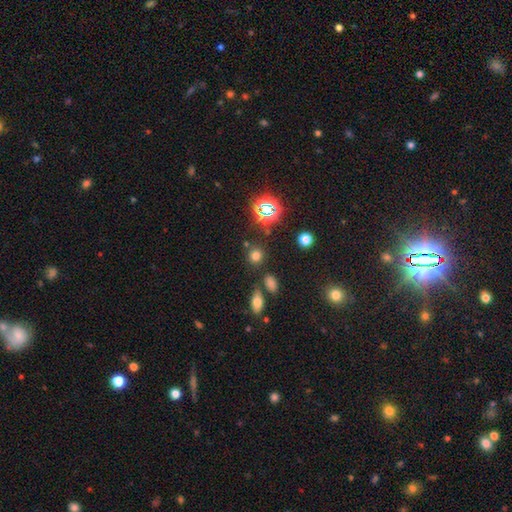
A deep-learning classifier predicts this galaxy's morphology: This is likely a smooth galaxy (70%). How rounded: clearly round (83%). Merging: likely none (79%).